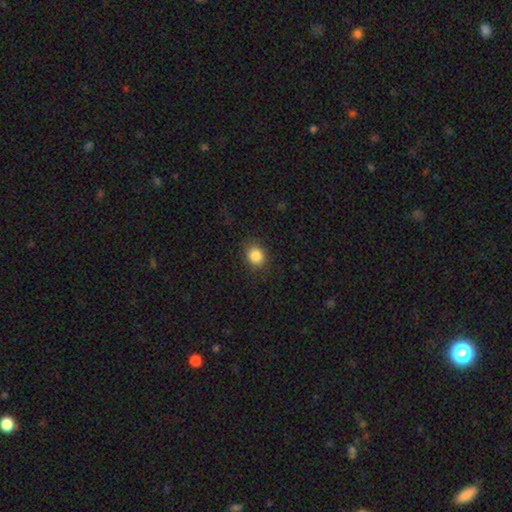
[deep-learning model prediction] The model was most divided on "how rounded": round: 70%, in between: 29%, cigar-shaped: 1%. More confident: merging — none (87%); smooth or featured — smooth (86%).